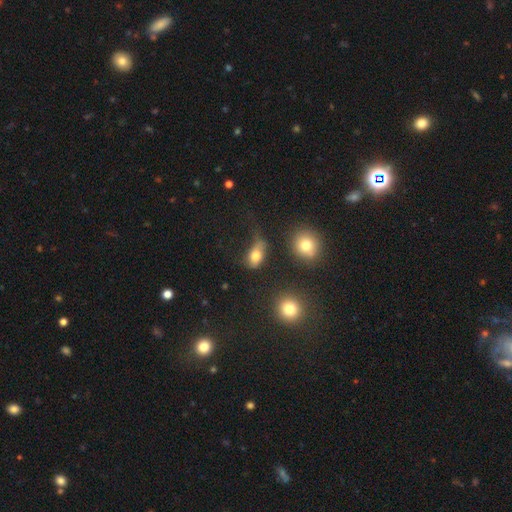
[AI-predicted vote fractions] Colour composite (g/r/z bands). It shows a smooth galaxy with no disk features (75%) that is in between round and cigar-shaped (76%). Merging: none (36%).